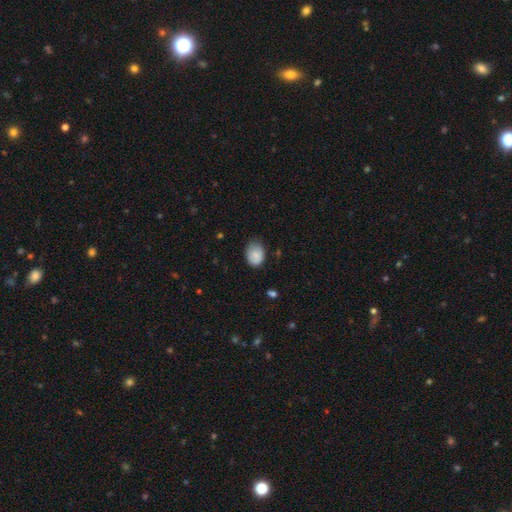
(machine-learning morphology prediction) Smooth or featured? smooth (82%)
How rounded? in between (66%)
Merging? none (61%)